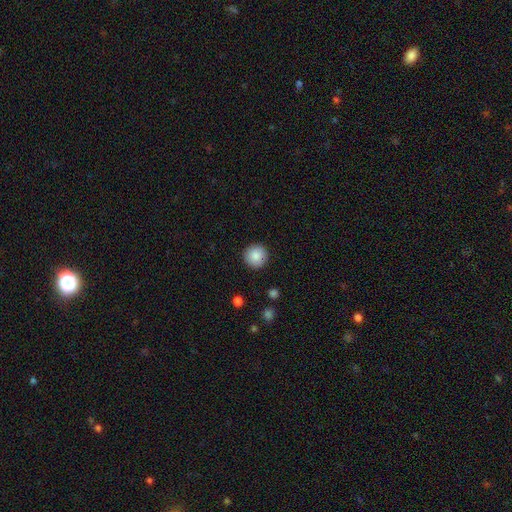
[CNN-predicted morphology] Q: Smooth or featured?
A: smooth (87%); runner-up: star or artifact (8%)
Q: How rounded?
A: round (96%); runner-up: in between (4%)
Q: Merging?
A: none (91%); runner-up: minor disturbance (6%)